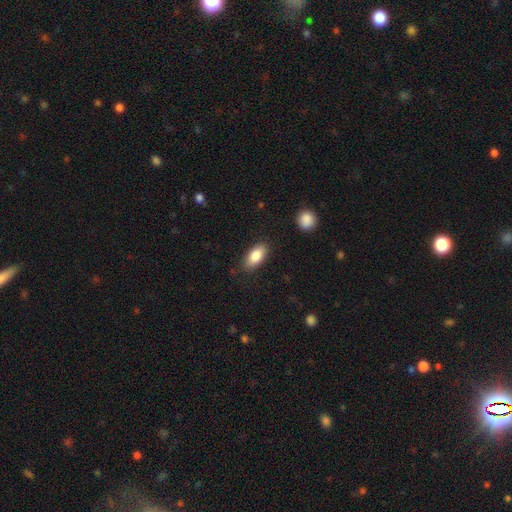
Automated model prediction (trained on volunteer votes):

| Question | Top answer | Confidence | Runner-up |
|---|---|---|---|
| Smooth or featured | smooth | 85% | featured or disk (8%) |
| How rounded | in between | 90% | cigar-shaped (7%) |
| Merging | none | 84% | minor disturbance (12%) |